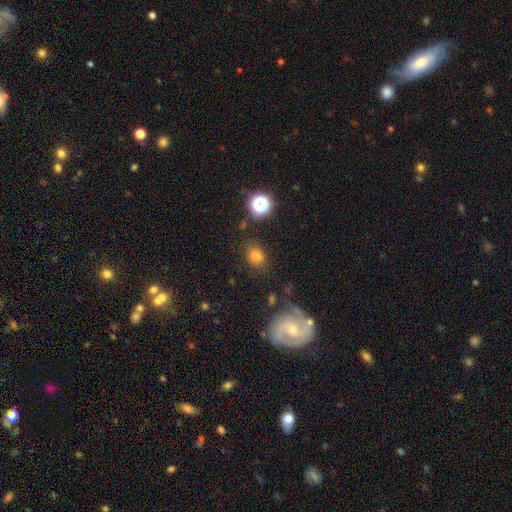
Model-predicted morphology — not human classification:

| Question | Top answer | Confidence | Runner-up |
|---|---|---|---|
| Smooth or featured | smooth | 70% | star or artifact (16%) |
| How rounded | round | 50% | in between (49%) |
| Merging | none | 78% | minor disturbance (13%) |